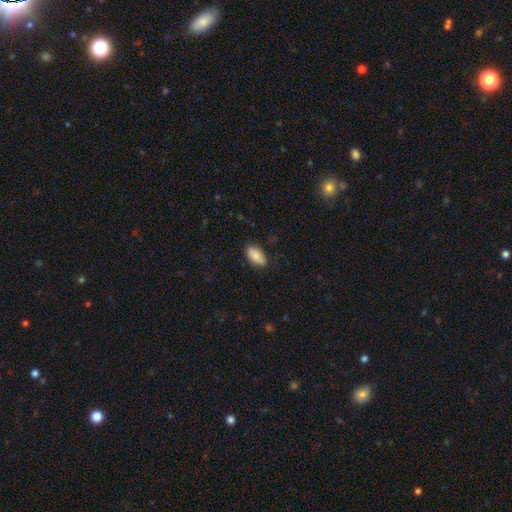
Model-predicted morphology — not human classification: Smooth or featured? smooth (87%)
How rounded? in between (90%)
Merging? none (84%)